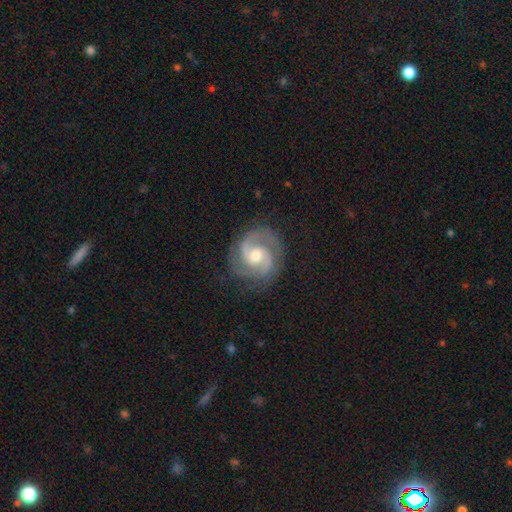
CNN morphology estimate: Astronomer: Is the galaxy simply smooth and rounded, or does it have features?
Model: featured or disk — 91%.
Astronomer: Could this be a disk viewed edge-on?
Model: no — 98%.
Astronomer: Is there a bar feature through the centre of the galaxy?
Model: no — 49% (runner-up: weak, 41%).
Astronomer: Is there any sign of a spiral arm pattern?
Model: yes — 98%.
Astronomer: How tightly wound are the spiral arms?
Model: medium — 51% (runner-up: tight, 41%).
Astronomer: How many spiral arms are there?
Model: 2 — 82%.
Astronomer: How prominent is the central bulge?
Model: moderate — 68%.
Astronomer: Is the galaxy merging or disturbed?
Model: none — 81%.